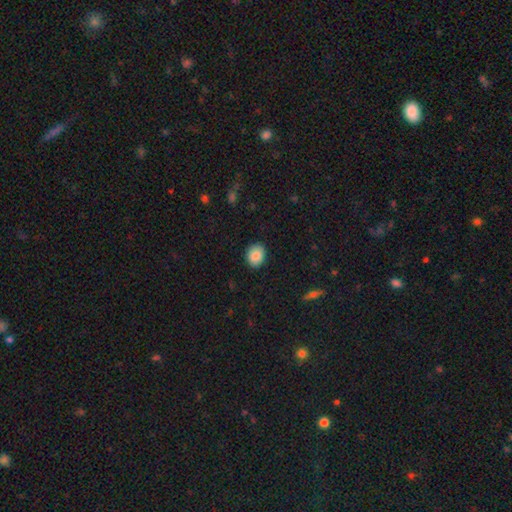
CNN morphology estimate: type=smooth (86%); roundness=in between (53%); merging=none (88%).